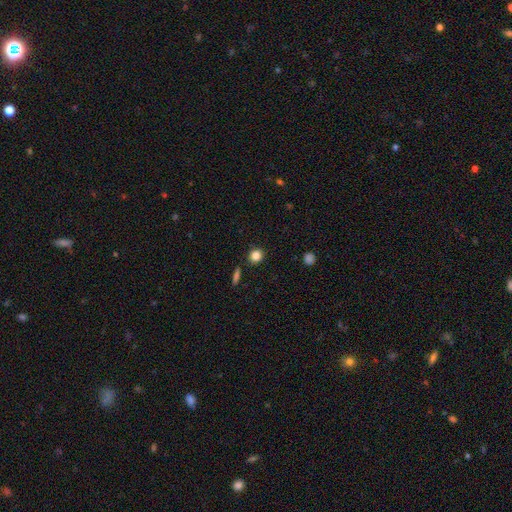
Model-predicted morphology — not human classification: Overall: smooth (84%). How rounded: round (78%). Merging: none (88%).